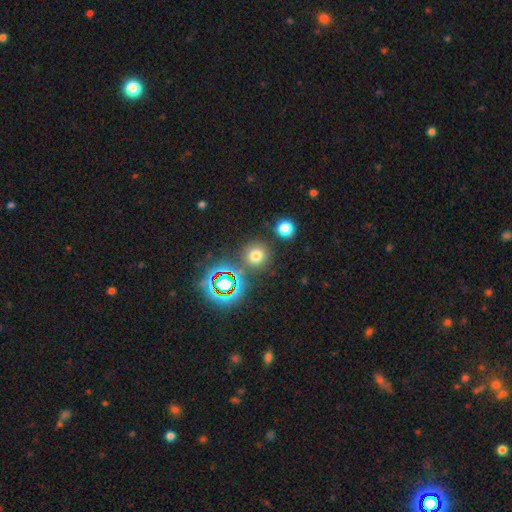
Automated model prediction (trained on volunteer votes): Overall: smooth (66%; star or artifact 27%). How rounded: round (91%). Merging: none (82%).